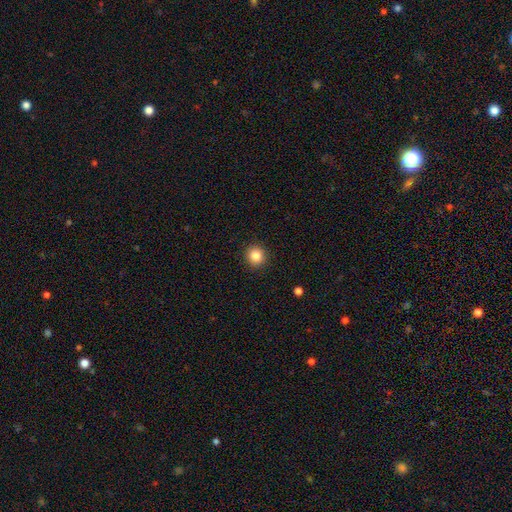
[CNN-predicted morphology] This appears to be a smooth galaxy with no disk features (85%) that is round (92%). Merging: none (92%).